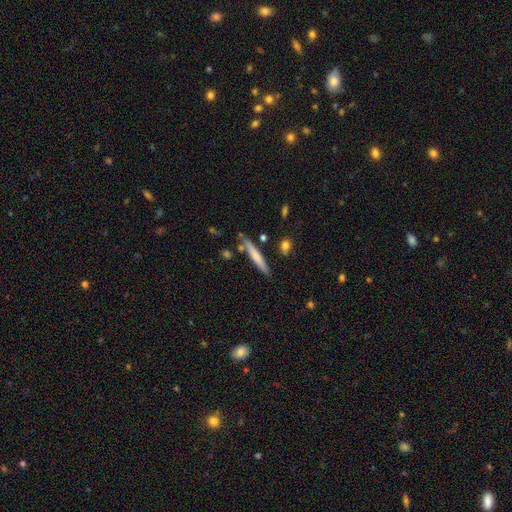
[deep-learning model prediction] Smooth or featured: smooth — 66% (featured or disk — 28%)
How rounded: cigar-shaped — 93% (in between — 5%)
Merging: none — 80% (minor disturbance — 13%)